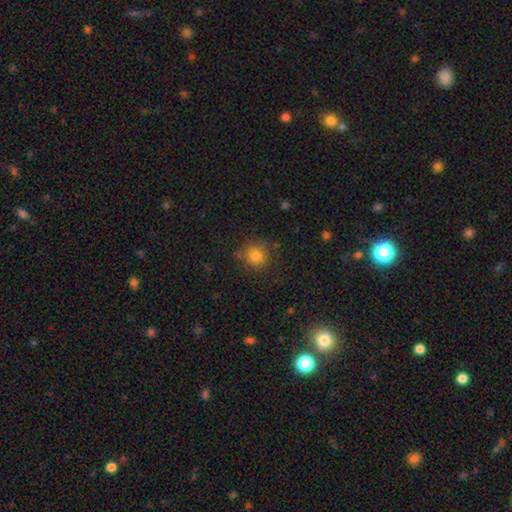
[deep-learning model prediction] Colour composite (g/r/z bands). It shows a smooth galaxy with no disk features (82%) that is round (91%). Merging: none (76%).